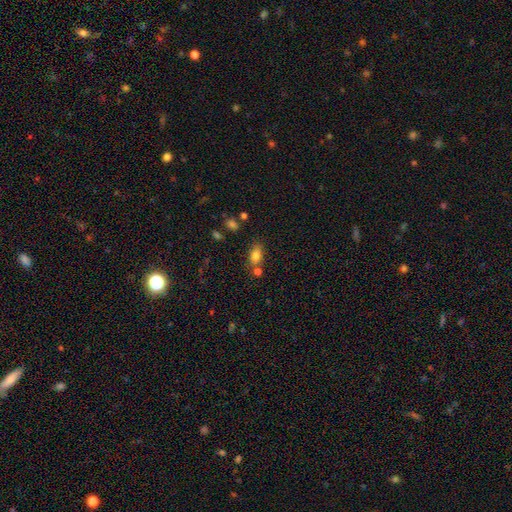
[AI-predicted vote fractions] smooth 79%, featured or disk 11%, star or artifact 10%. Down the decision tree: how rounded — in between (84%); merging — none (67%).